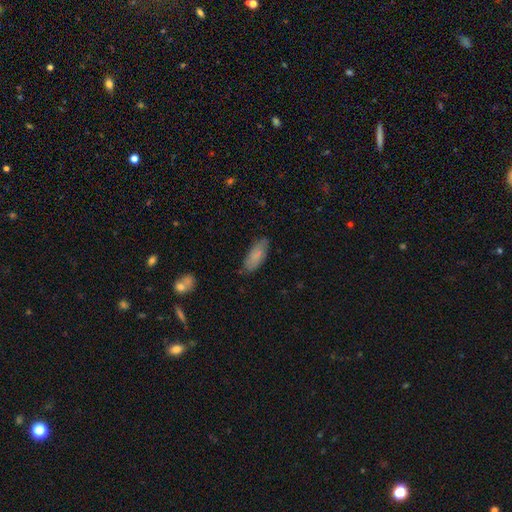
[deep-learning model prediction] Morphology: type=smooth (80%); roundness=in between (79%); merging=none (79%).